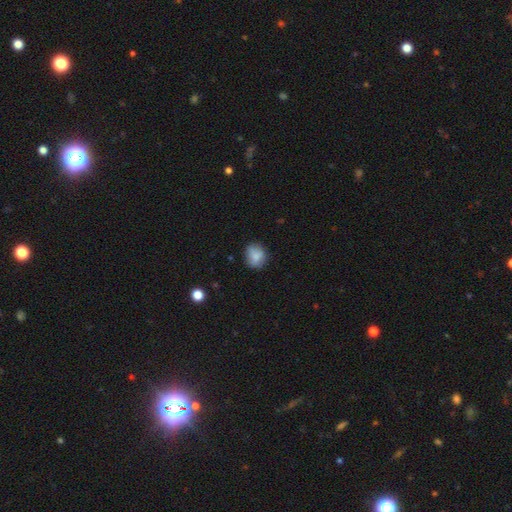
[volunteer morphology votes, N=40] Smooth or featured? 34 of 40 (85%) said smooth. How rounded? 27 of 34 (79%) said round. Merging? 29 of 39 (74%) said none.